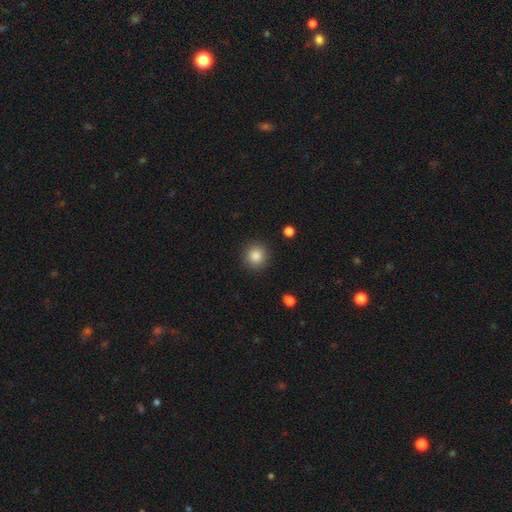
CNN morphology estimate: type=smooth (86%); roundness=round (93%); merging=none (91%).